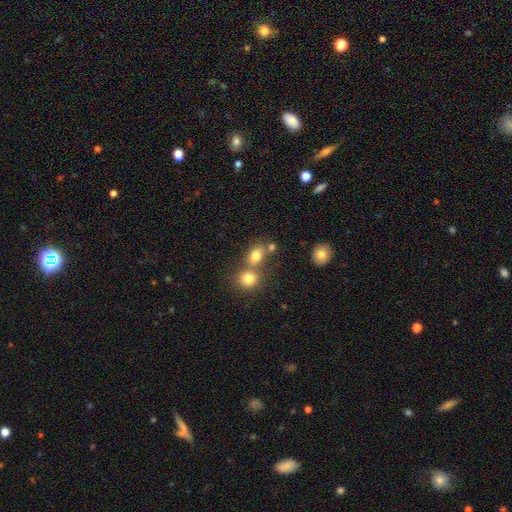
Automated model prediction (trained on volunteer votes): Smooth or featured? Predicted: smooth (p=0.78). How rounded? Predicted: in between (p=0.58). Merging? Predicted: none (p=0.44).